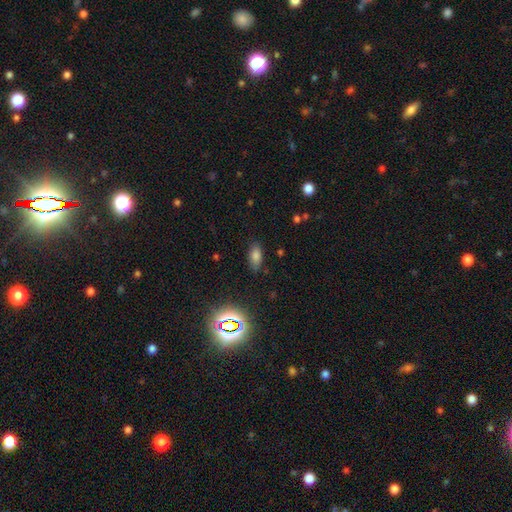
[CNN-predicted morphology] smooth-or-featured: smooth: 76% | star or artifact: 16% | featured or disk: 9%
  how-rounded: in between: 88% | cigar-shaped: 7% | round: 5%
  merging: none: 83% | minor disturbance: 13% | major disturbance: 3% | merger: 2%